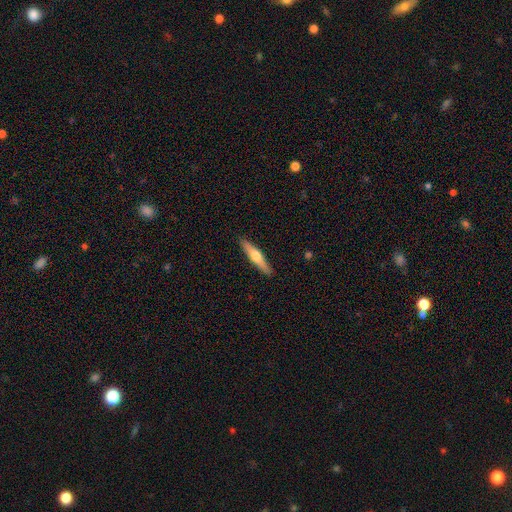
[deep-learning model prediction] This is possibly a smooth galaxy (48%). Merging: clearly none (90%).